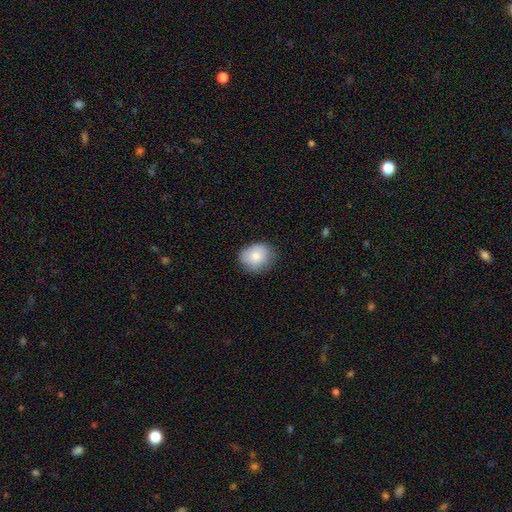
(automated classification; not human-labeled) Overall: smooth (82%). How rounded: round (68%; in between 31%). Merging: none (75%).